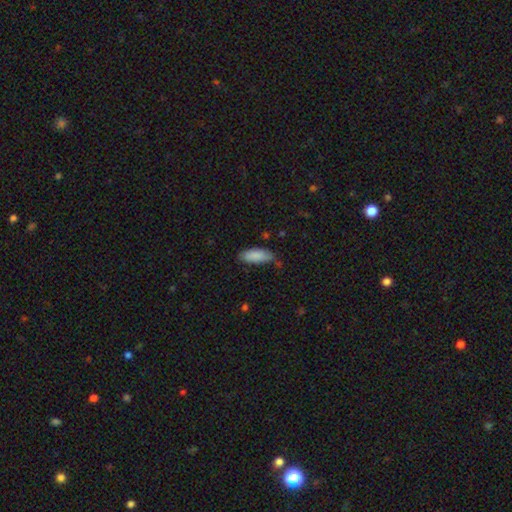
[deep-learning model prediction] Smooth or featured? Predicted: smooth (p=0.88). How rounded? Predicted: in between (p=0.75). Merging? Predicted: none (p=0.72).